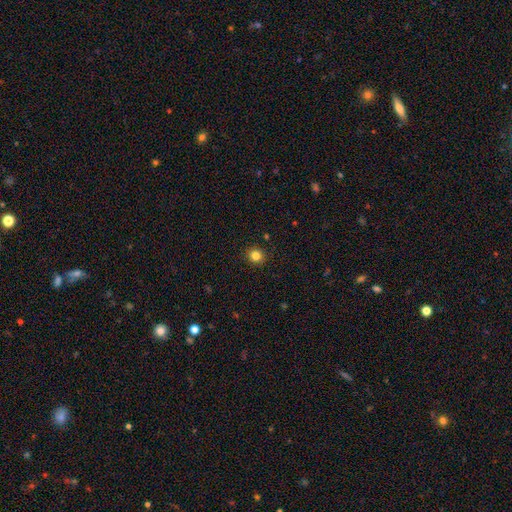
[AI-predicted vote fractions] Morphology: type=smooth (83%); roundness=round (90%); merging=none (92%).